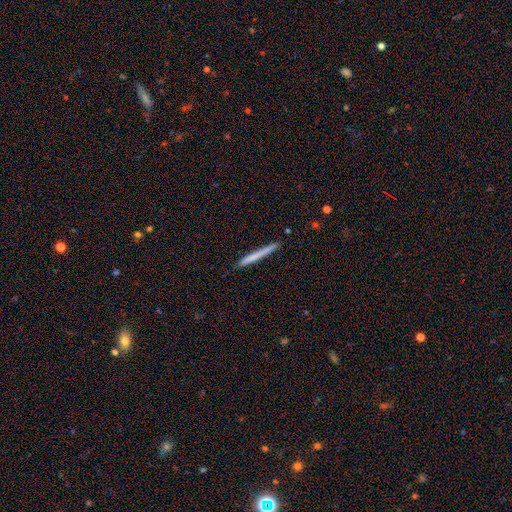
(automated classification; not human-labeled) Q: Smooth or featured?
A: smooth (64%); runner-up: featured or disk (30%)
Q: How rounded?
A: cigar-shaped (97%); runner-up: in between (2%)
Q: Merging?
A: none (91%); runner-up: minor disturbance (7%)